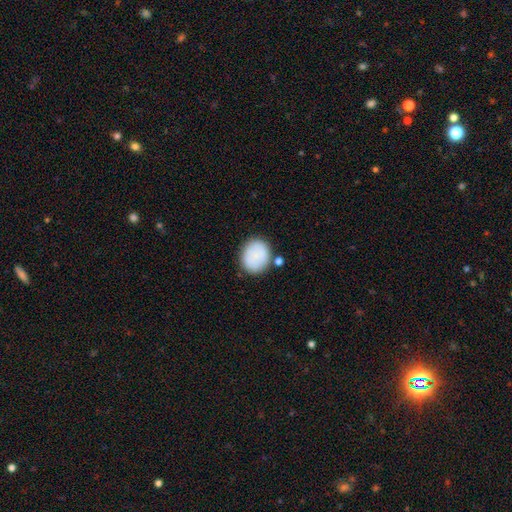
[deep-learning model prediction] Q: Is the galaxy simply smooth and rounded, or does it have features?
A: smooth — 82%.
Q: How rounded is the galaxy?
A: round — 69%.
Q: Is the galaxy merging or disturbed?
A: none — 74%.